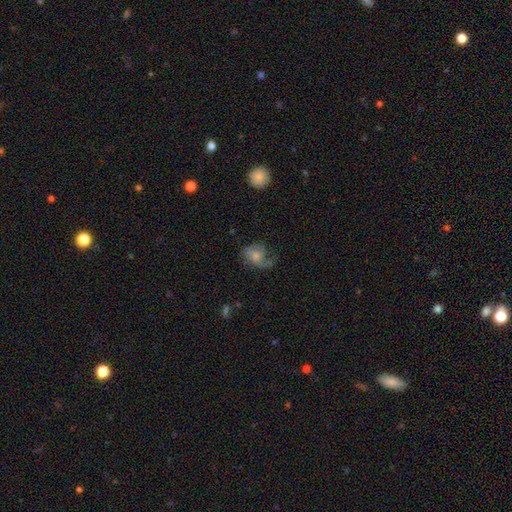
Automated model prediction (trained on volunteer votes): The model was most divided on "merging": none: 37%, major disturbance: 34%, minor disturbance: 27%, merger: 3%. Remaining: smooth or featured — featured or disk (48%).